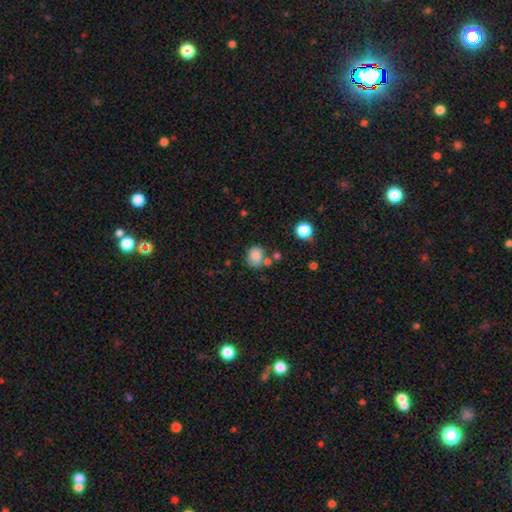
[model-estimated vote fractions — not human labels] Smooth or featured: smooth — 81% (star or artifact — 10%)
How rounded: round — 57% (in between — 42%)
Merging: none — 61% (minor disturbance — 17%)